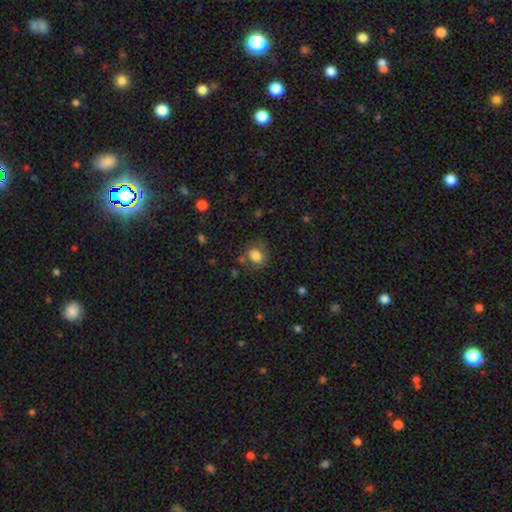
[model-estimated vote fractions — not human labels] Overall: smooth (83%). How rounded: round (56%; in between 43%). Merging: none (66%).